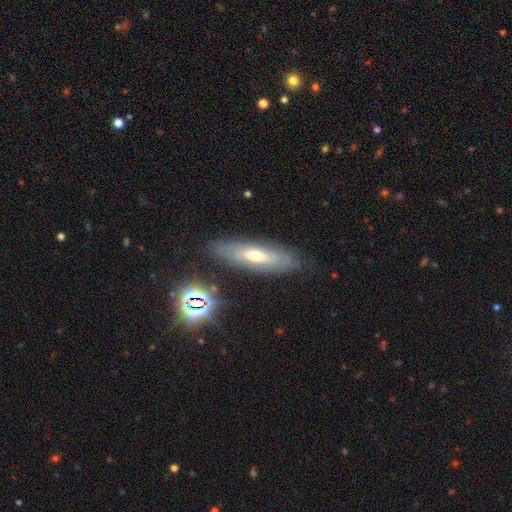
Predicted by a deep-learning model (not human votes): Smooth or featured? Predicted: featured or disk (p=0.52). Edge-on disk? Predicted: no (p=0.57). Merging? Predicted: none (p=0.81).